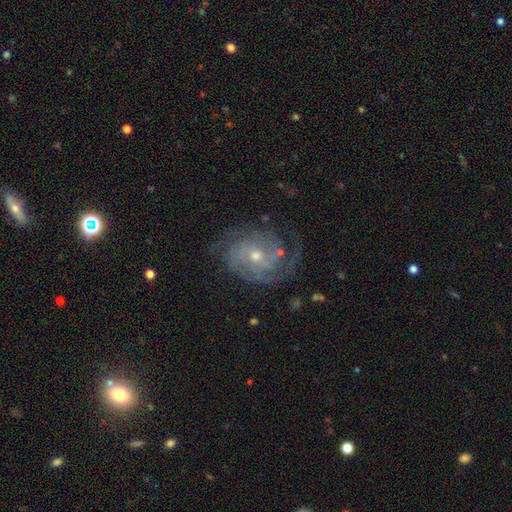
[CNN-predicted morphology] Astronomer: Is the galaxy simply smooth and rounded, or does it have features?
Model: featured or disk — 85%.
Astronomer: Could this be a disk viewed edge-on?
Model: no — 97%.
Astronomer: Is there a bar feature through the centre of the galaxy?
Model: no — 68%.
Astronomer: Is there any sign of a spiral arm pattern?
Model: yes — 95%.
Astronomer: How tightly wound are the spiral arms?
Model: tight — 55% (runner-up: medium, 33%).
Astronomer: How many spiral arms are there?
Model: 2 — 30% (runner-up: can't tell, 27%).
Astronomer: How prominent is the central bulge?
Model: small — 49% (runner-up: moderate, 48%).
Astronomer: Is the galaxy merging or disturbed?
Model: none — 66%.